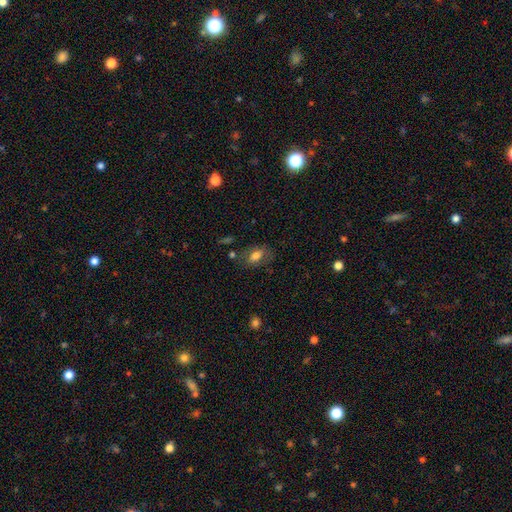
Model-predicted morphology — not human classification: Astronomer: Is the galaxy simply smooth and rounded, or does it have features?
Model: smooth — 70%.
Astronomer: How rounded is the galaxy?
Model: in between — 86%.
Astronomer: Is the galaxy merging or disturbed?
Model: none — 67%.